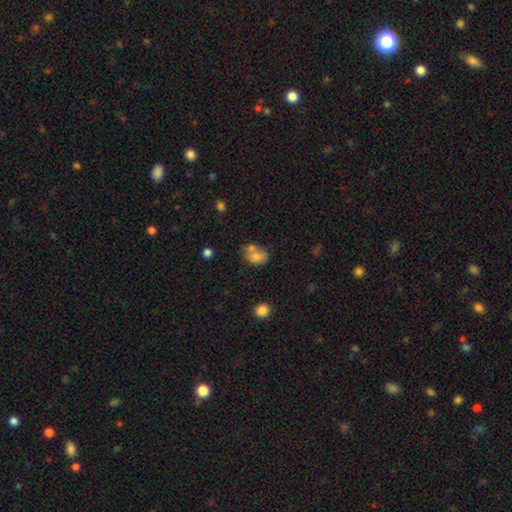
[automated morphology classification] Overall: smooth (72%). How rounded: in between (64%; round 35%). Merging: merger (39%; none 38%).